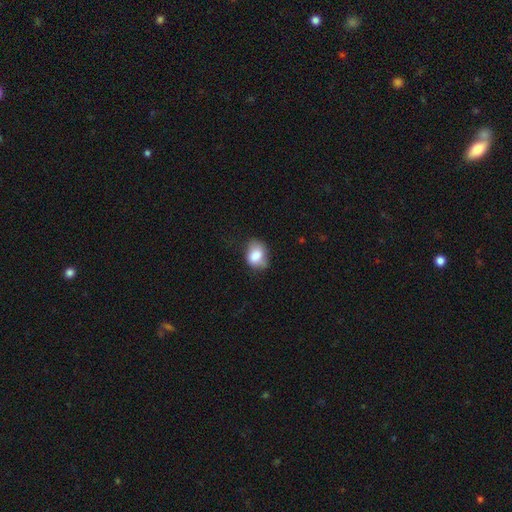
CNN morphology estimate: smooth 81%, featured or disk 11%, star or artifact 8%. Down the decision tree: how rounded — in between (66%); merging — none (47%).